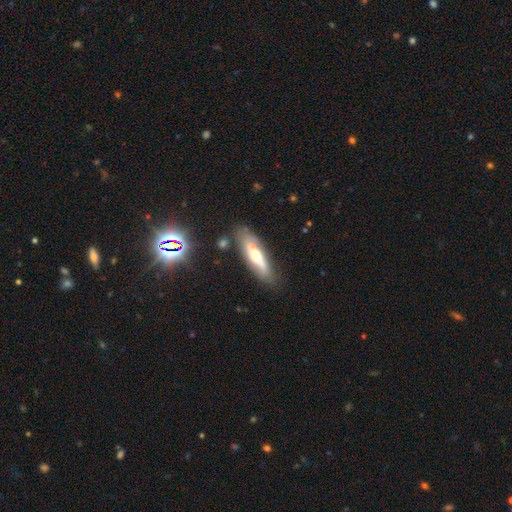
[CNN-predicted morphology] featured or disk 52%, smooth 42%, star or artifact 6%. Down the decision tree: edge-on disk — no (55%); merging — none (71%).